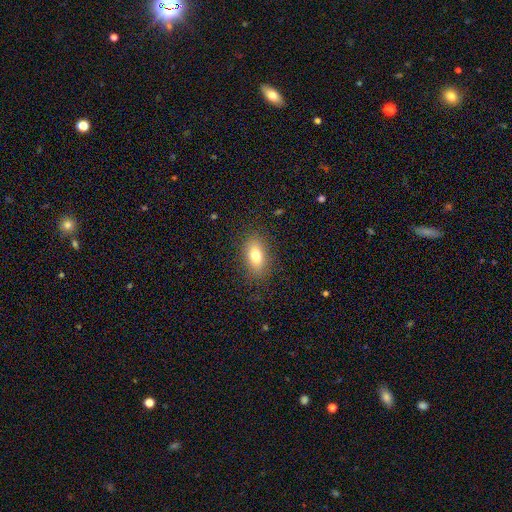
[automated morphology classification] Smooth or featured? smooth (77%)
How rounded? in between (86%)
Merging? none (85%)